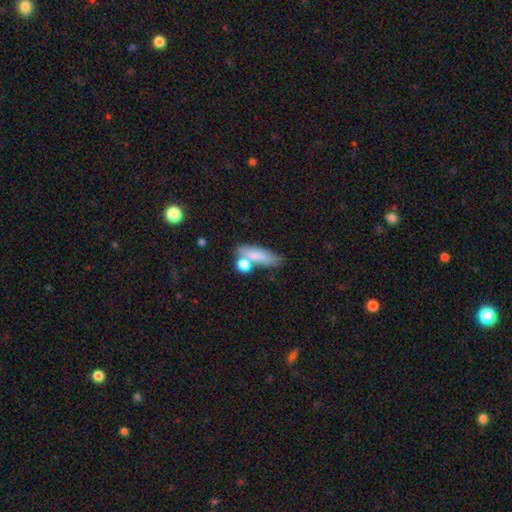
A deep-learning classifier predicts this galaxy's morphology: Overall: smooth (76%). How rounded: in between (56%; cigar-shaped 36%). Merging: none (50%; merger 26%).